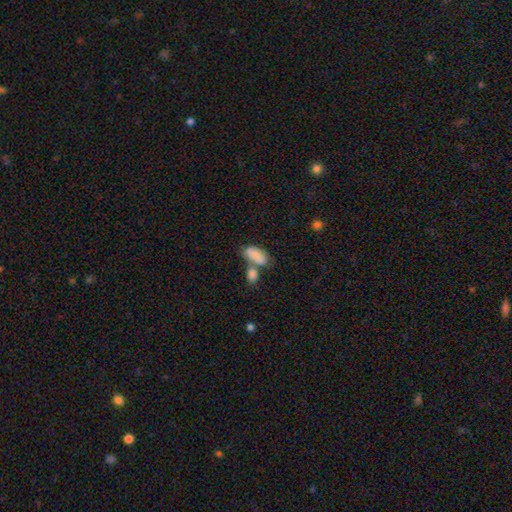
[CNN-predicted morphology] This is clearly a smooth galaxy (84%). How rounded: clearly in between (91%). Merging: marginally merger (45%).